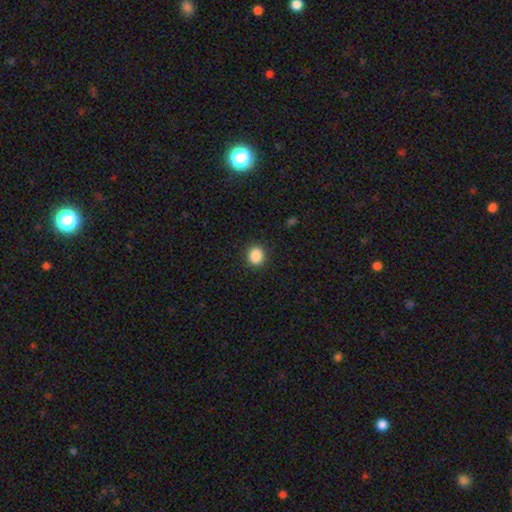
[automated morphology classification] Q: Smooth or featured?
A: smooth (88%); runner-up: star or artifact (9%)
Q: How rounded?
A: round (65%); runner-up: in between (34%)
Q: Merging?
A: none (90%); runner-up: minor disturbance (7%)